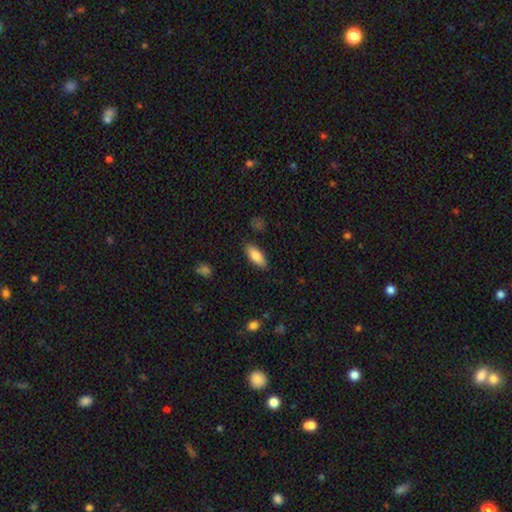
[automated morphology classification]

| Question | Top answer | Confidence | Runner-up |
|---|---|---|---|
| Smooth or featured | smooth | 82% | featured or disk (12%) |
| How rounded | in between | 77% | cigar-shaped (21%) |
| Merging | none | 87% | minor disturbance (10%) |